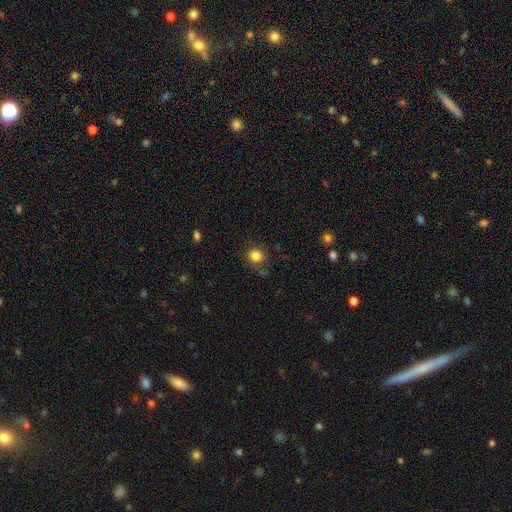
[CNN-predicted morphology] This appears to be a smooth galaxy with no disk features (83%) that is round (79%). Merging: none (79%).